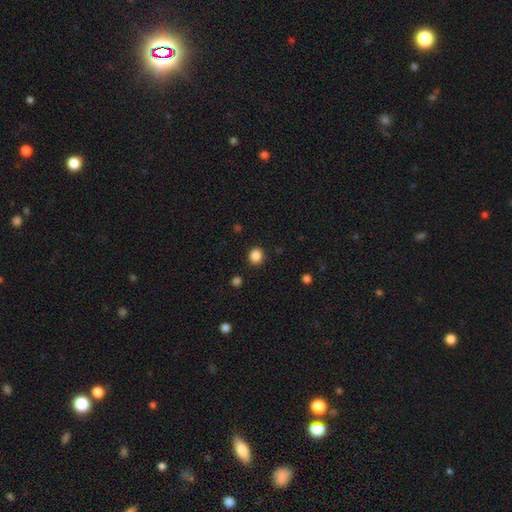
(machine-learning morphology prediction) Smooth or featured? Predicted: smooth (p=0.87). How rounded? Predicted: round (p=0.79). Merging? Predicted: none (p=0.90).